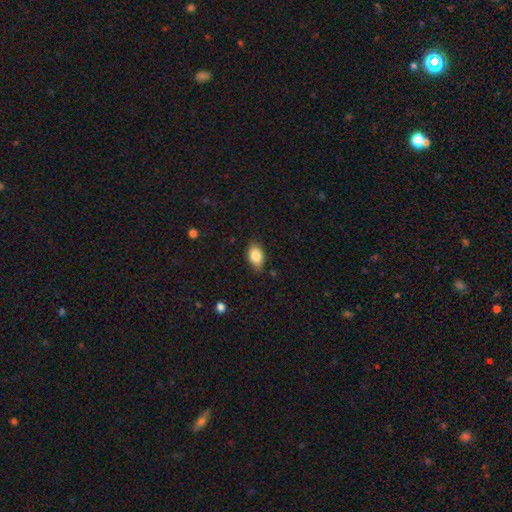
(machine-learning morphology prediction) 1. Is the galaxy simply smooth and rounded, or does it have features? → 84% smooth, 8% featured or disk, 8% star or artifact.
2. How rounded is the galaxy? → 89% in between, 9% round, 3% cigar-shaped.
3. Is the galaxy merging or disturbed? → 82% none, 14% minor disturbance, 3% major disturbance, 1% merger.